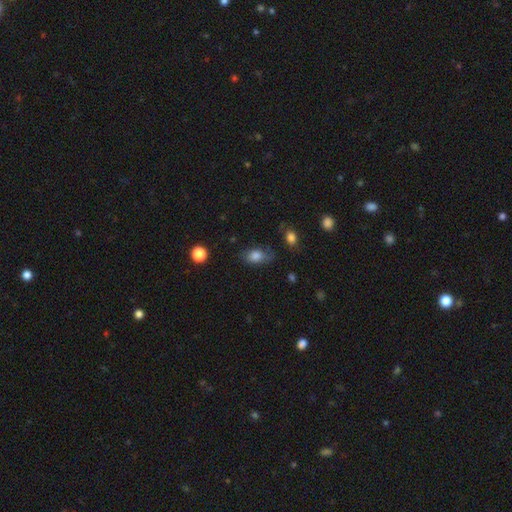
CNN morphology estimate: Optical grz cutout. It shows a smooth galaxy with no disk features (80%) that is in between round and cigar-shaped (86%). Merging: none (63%).